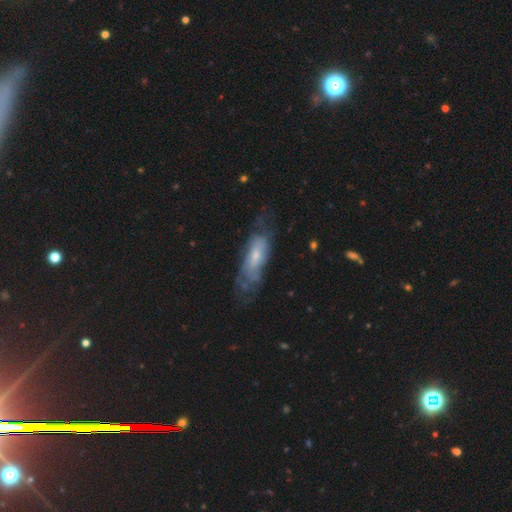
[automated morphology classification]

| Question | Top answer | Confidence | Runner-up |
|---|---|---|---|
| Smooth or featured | featured or disk | 56% | smooth (37%) |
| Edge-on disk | no | 79% | yes (21%) |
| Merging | none | 51% | minor disturbance (27%) |